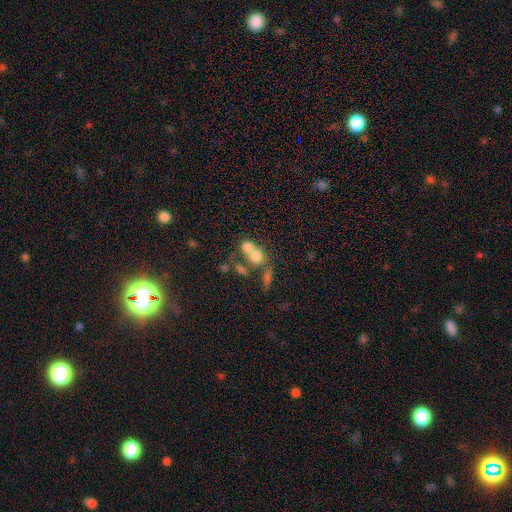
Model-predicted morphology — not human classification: Smooth or featured? Predicted: smooth (p=0.70). How rounded? Predicted: round (p=0.68). Merging? Predicted: merger (p=0.60).